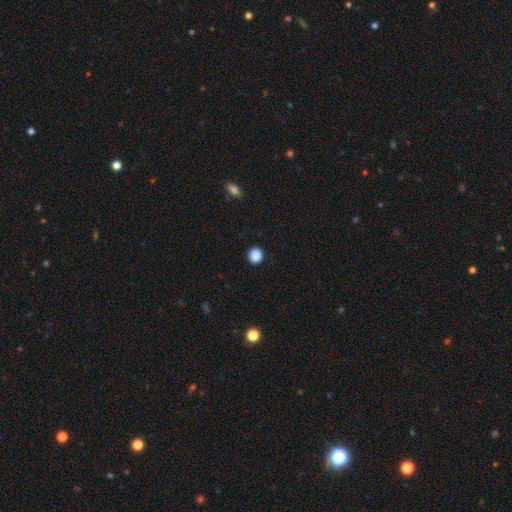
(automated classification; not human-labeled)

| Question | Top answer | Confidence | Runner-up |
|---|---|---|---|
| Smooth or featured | smooth | 88% | star or artifact (9%) |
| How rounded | round | 85% | in between (14%) |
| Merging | none | 91% | minor disturbance (6%) |